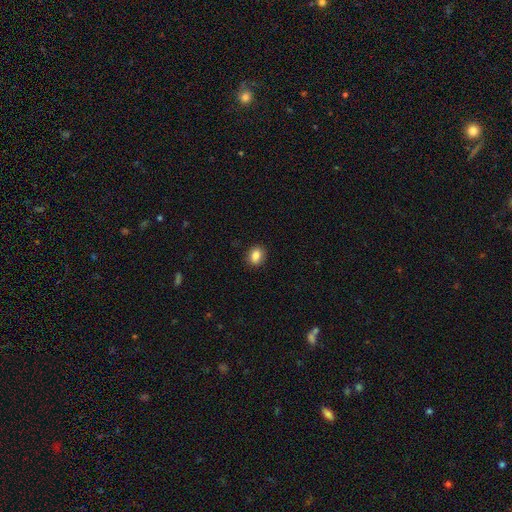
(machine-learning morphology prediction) Smooth or featured? Predicted: smooth (p=0.85). How rounded? Predicted: in between (p=0.52). Merging? Predicted: none (p=0.90).